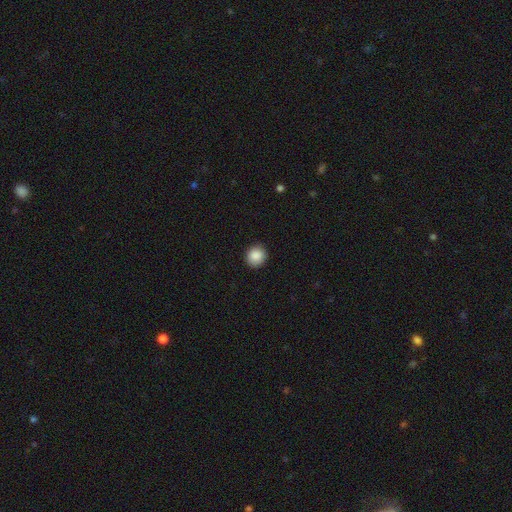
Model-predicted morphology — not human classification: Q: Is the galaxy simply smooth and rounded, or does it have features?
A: smooth — 89%.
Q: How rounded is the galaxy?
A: round — 87%.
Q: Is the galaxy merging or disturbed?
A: none — 90%.